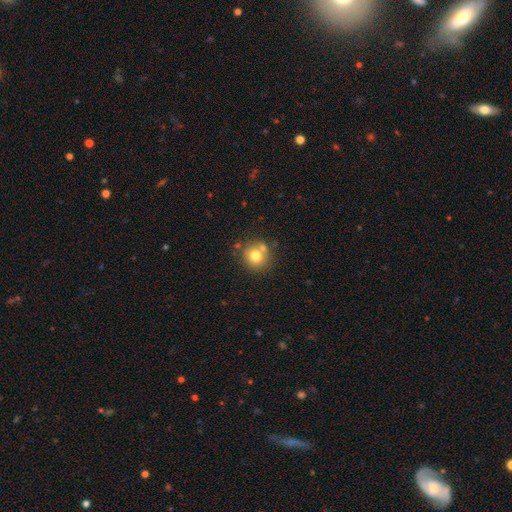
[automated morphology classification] smooth-or-featured: smooth: 74% | featured or disk: 14% | star or artifact: 11%
  how-rounded: round: 85% | in between: 14% | cigar-shaped: 1%
  merging: none: 62% | merger: 22% | minor disturbance: 12% | major disturbance: 4%